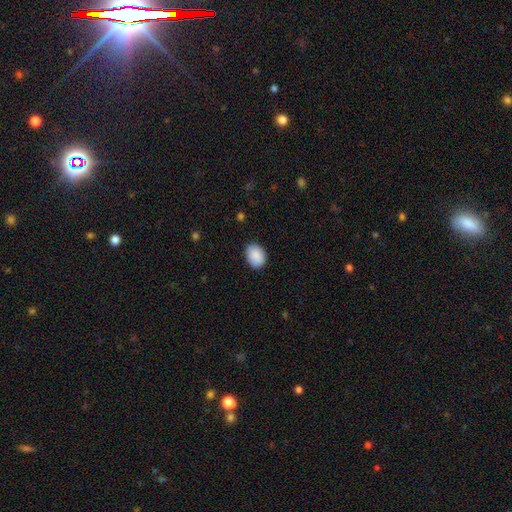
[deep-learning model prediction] smooth-or-featured: smooth: 90% | star or artifact: 7% | featured or disk: 3%
  how-rounded: in between: 67% | round: 32% | cigar-shaped: 1%
  merging: none: 84% | minor disturbance: 12% | major disturbance: 2% | merger: 1%